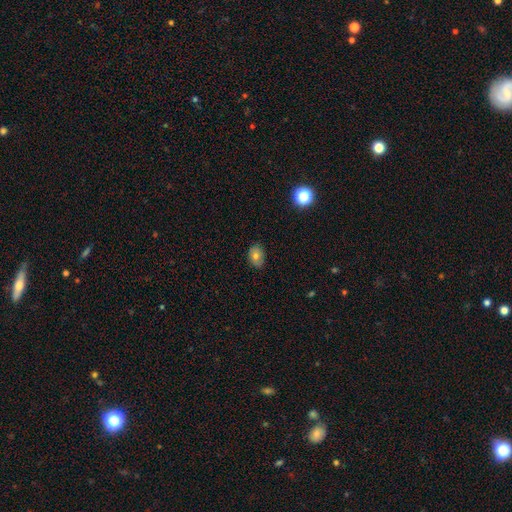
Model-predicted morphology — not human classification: smooth 74%, featured or disk 15%, star or artifact 11%. Down the decision tree: how rounded — in between (76%); merging — none (83%).